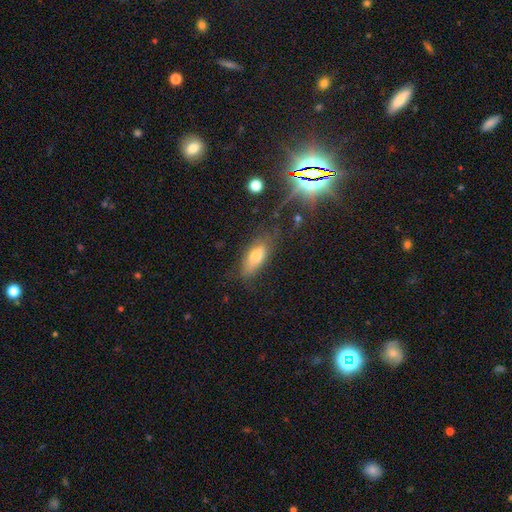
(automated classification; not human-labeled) Smooth or featured?
  - smooth: 73% *
  - featured or disk: 17%
  - star or artifact: 11%
How rounded?
  - in between: 77% *
  - cigar-shaped: 20%
  - round: 3%
Merging?
  - none: 65% *
  - minor disturbance: 23%
  - major disturbance: 9%
  - merger: 3%